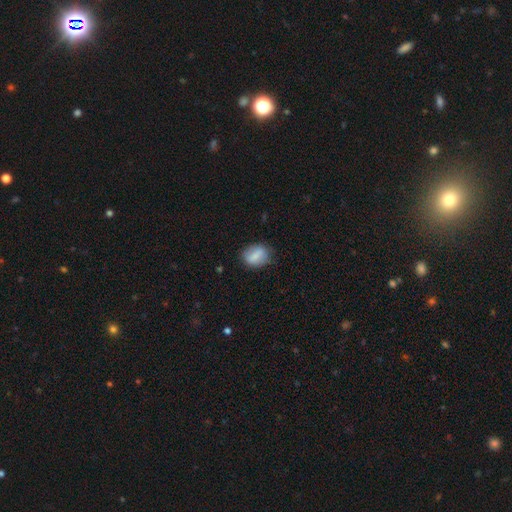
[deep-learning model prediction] smooth_or_featured: smooth (p=0.75) [alt: featured or disk p=0.17]
how_rounded: in between (p=0.64) [alt: round p=0.34]
merging: none (p=0.76) [alt: minor disturbance p=0.18]